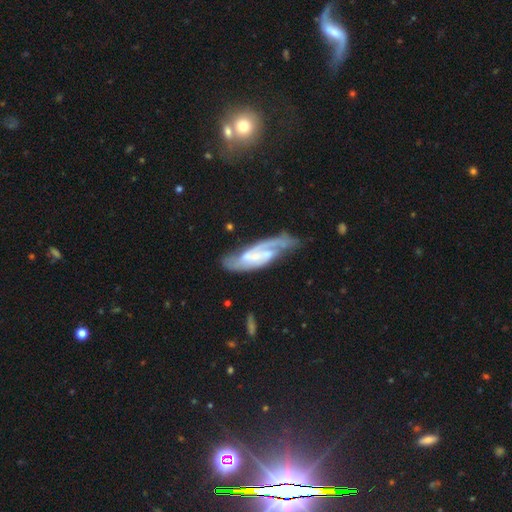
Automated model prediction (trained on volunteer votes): Smooth or featured: featured or disk — 81% (smooth — 13%)
Edge-on disk: no — 89% (yes — 11%)
Bar: no — 40% (tied with weak — 40%)
Spiral arms: yes — 94% (no — 6%)
Spiral winding: medium — 45% (tight — 36%)
Spiral arm count: 2 — 67% (can't tell — 13%)
Bulge size: small — 60% (moderate — 21%)
Merging: none — 57% (minor disturbance — 23%)